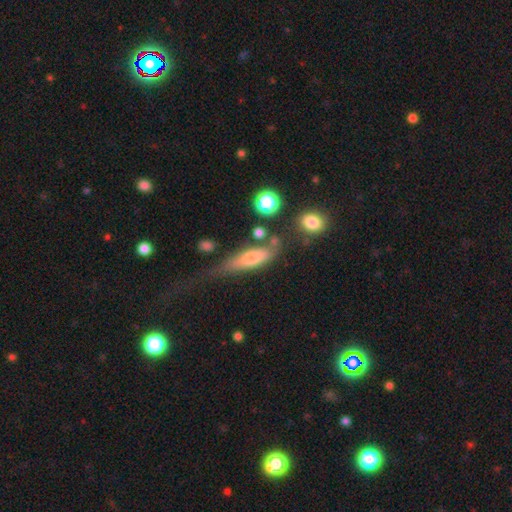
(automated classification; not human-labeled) This appears to be a smooth galaxy with no disk features (66%) that is cigar-shaped (52%). Merging: none (43%).